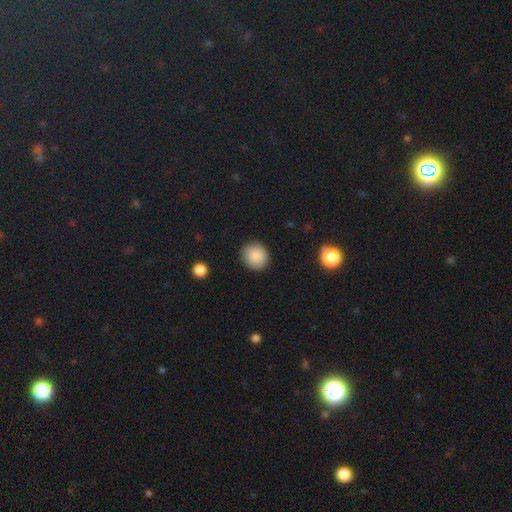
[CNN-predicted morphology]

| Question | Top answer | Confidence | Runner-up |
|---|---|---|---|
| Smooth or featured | smooth | 87% | star or artifact (9%) |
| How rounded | round | 88% | in between (11%) |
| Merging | none | 89% | minor disturbance (8%) |